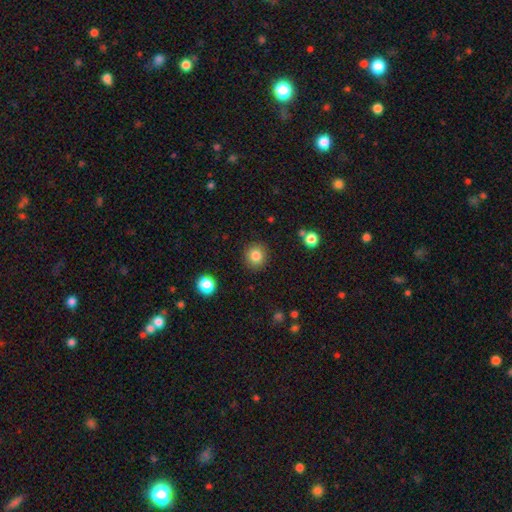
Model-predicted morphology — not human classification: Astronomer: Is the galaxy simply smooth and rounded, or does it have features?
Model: smooth — 84%.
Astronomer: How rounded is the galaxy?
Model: round — 90%.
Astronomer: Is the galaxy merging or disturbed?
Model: none — 90%.